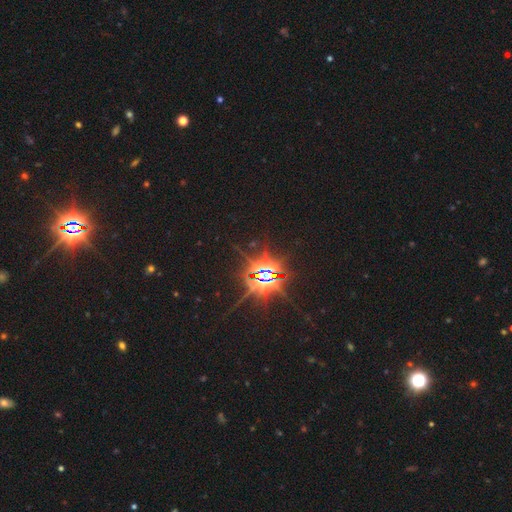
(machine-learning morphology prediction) This is clearly a star or artifact rather than a galaxy (83%).